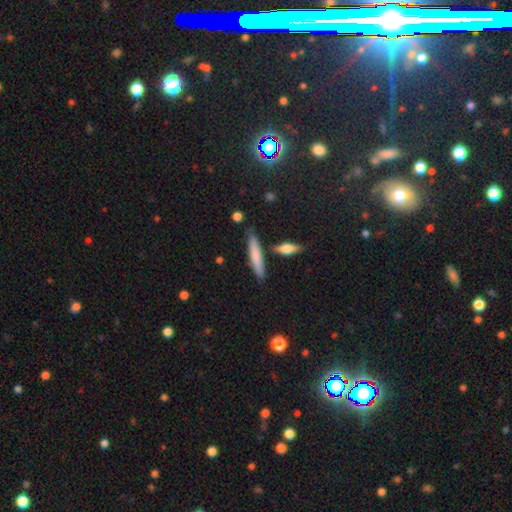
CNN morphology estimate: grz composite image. It shows a smooth galaxy with no disk features (71%) that is cigar-shaped (87%). Merging: none (80%).